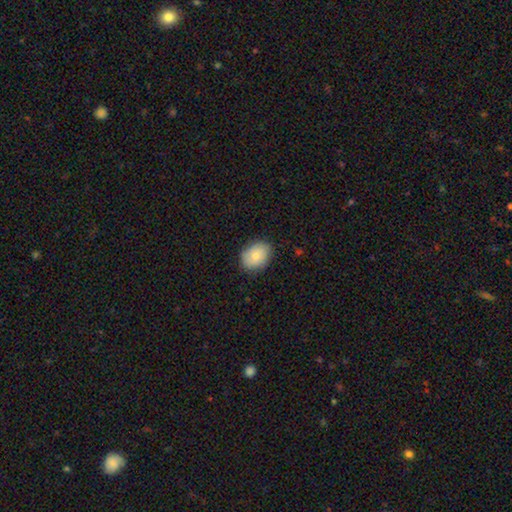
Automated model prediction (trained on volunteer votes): A smooth galaxy with no disk features (80%) that is in between round and cigar-shaped (68%).

Vote fractions:
- Smooth or featured? smooth: 80% / featured or disk: 13% / star or artifact: 7%
- How rounded? in between: 68% / round: 31% / cigar-shaped: 1%
- Merging? none: 84% / minor disturbance: 13% / major disturbance: 3% / merger: 1%